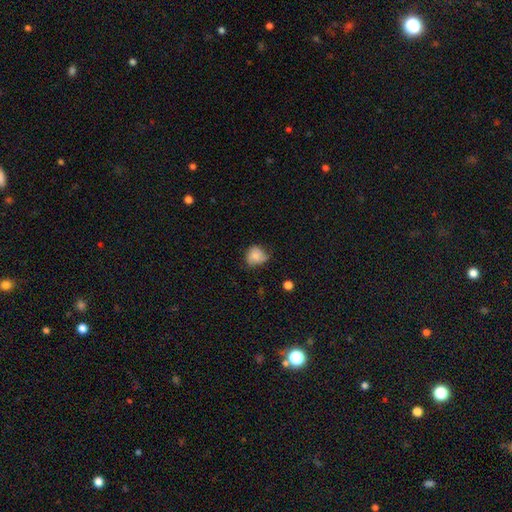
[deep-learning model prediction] smooth 74%, featured or disk 17%, star or artifact 9%. Down the decision tree: how rounded — round (72%); merging — none (49%).